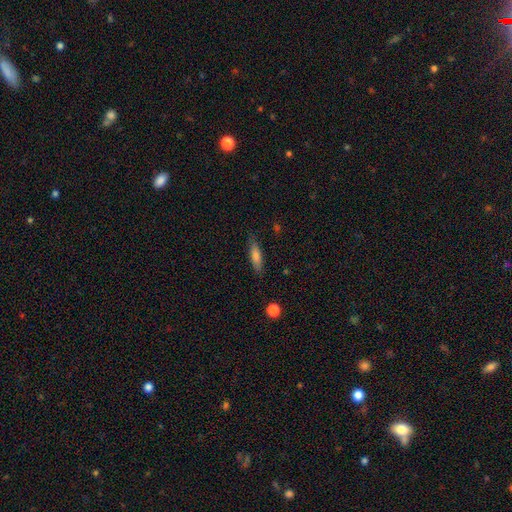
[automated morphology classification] Smooth or featured? Predicted: smooth (p=0.72). How rounded? Predicted: cigar-shaped (p=0.66). Merging? Predicted: none (p=0.82).